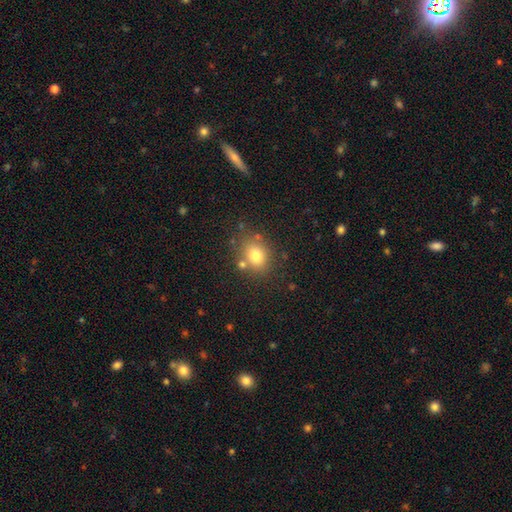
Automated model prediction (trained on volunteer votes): Overall: smooth (77%). How rounded: round (59%; in between 40%). Merging: none (73%).